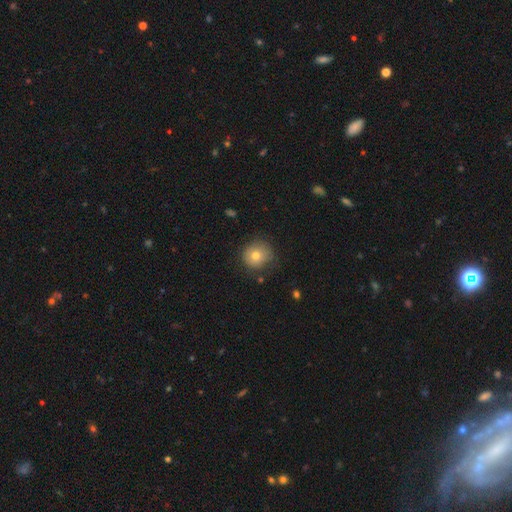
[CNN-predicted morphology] Smooth or featured? smooth (76%)
How rounded? round (90%)
Merging? none (76%)